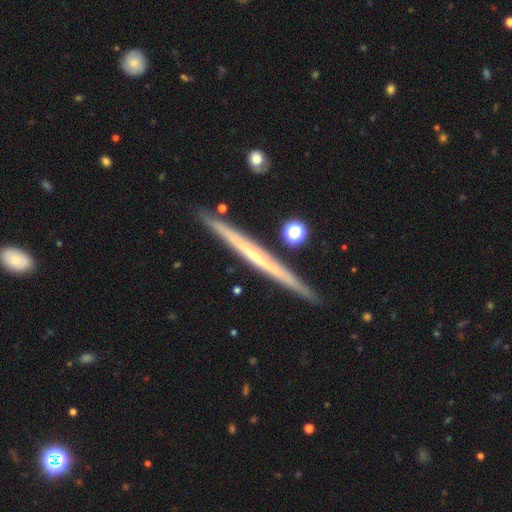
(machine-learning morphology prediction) Smooth or featured: featured or disk — 70% (smooth — 25%)
Edge-on disk: yes — 97% (no — 3%)
Edge-on bulge: none — 78% (rounded — 18%)
Merging: none — 89% (minor disturbance — 8%)